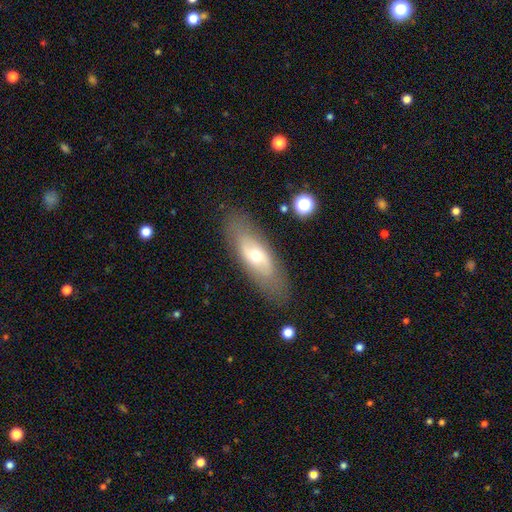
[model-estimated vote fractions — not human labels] Q: Smooth or featured?
A: smooth (48%); runner-up: featured or disk (45%)
Q: Merging?
A: none (82%); runner-up: minor disturbance (12%)